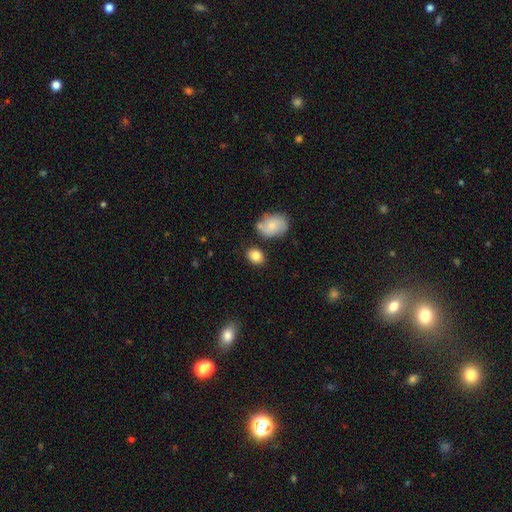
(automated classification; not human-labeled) smooth 84%, star or artifact 8%, featured or disk 8%. Down the decision tree: how rounded — in between (68%); merging — none (77%).